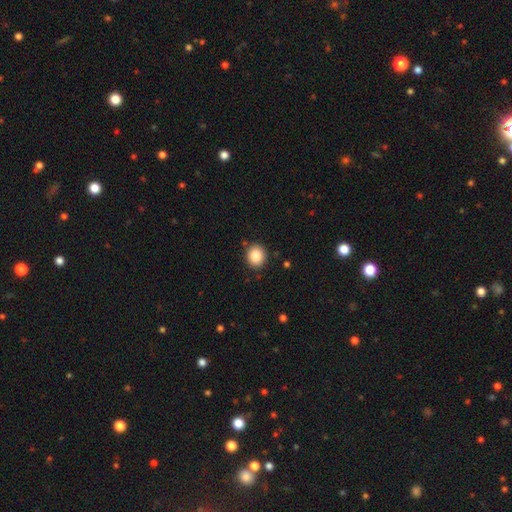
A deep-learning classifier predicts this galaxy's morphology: Smooth or featured? Predicted: smooth (p=0.87). How rounded? Predicted: round (p=0.77). Merging? Predicted: none (p=0.88).